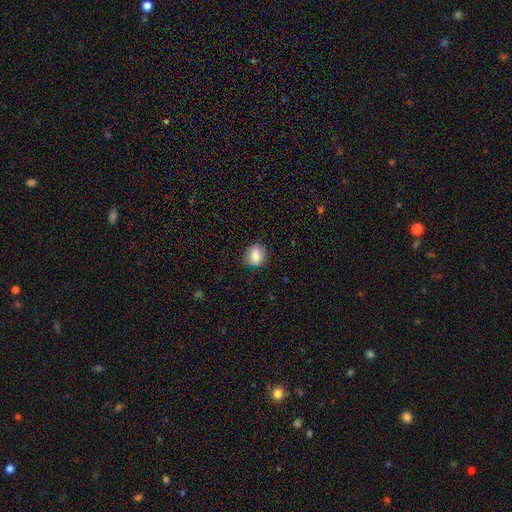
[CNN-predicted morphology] smooth-or-featured: smooth: 84% | star or artifact: 9% | featured or disk: 8%
  how-rounded: round: 79% | in between: 20% | cigar-shaped: 1%
  merging: none: 85% | minor disturbance: 12% | major disturbance: 2% | merger: 1%